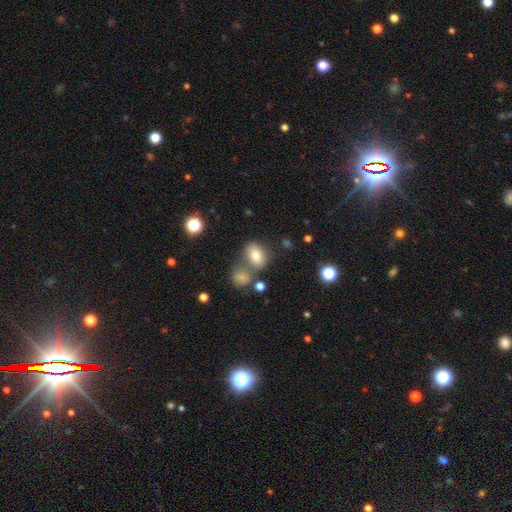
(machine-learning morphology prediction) smooth 78%, star or artifact 12%, featured or disk 10%. Down the decision tree: how rounded — in between (65%); merging — none (54%).